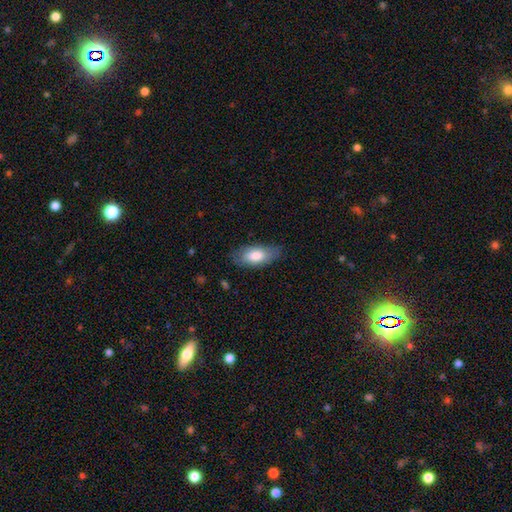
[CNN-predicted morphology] smooth 79%, featured or disk 15%, star or artifact 6%. Down the decision tree: how rounded — in between (88%); merging — none (76%).